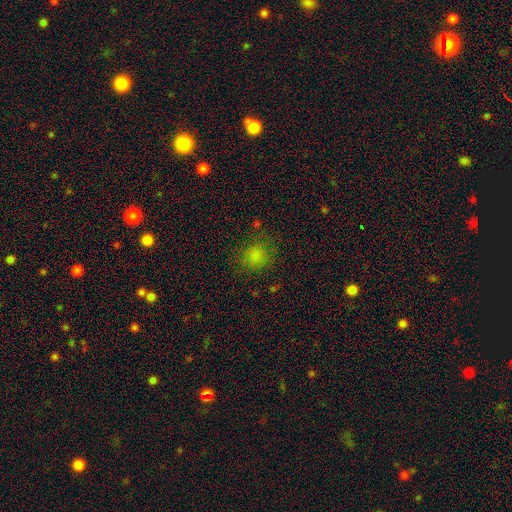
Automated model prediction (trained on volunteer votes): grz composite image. It shows a smooth galaxy with no disk features (80%) that is round (84%). Merging: none (78%).